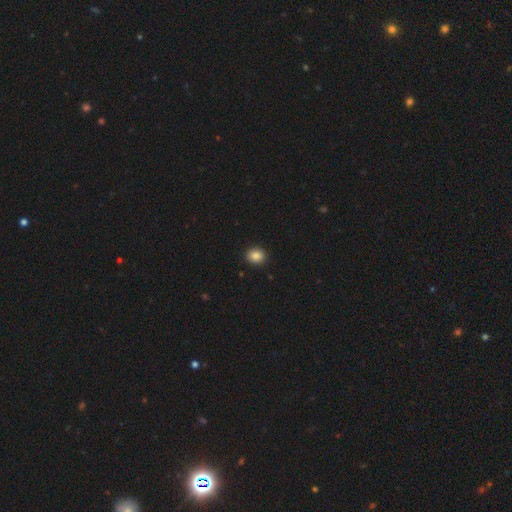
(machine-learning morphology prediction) Smooth or featured?
  - smooth: 86% *
  - star or artifact: 10%
  - featured or disk: 4%
How rounded?
  - round: 73% *
  - in between: 26%
  - cigar-shaped: 1%
Merging?
  - none: 92% *
  - minor disturbance: 5%
  - major disturbance: 2%
  - merger: 1%